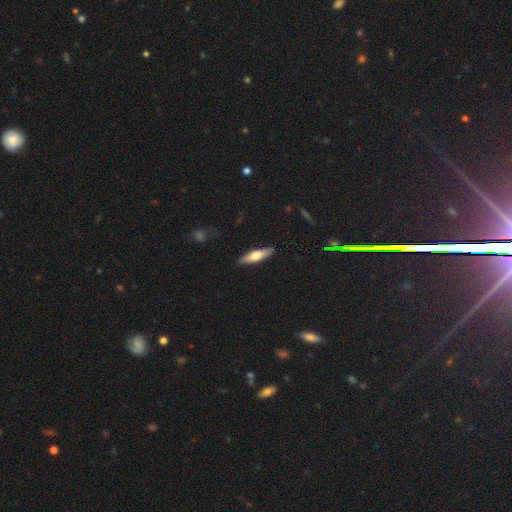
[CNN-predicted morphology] This is possibly a smooth galaxy (56%). How rounded: likely cigar-shaped (68%). Merging: clearly none (89%).